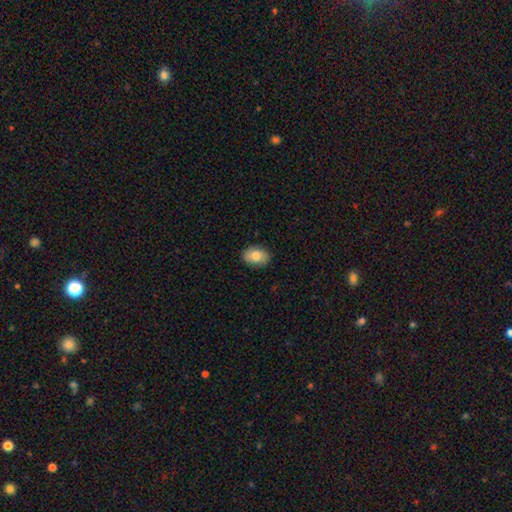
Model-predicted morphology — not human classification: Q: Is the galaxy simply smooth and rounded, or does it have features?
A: smooth — 80%.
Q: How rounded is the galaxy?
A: in between — 84%.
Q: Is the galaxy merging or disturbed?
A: none — 86%.